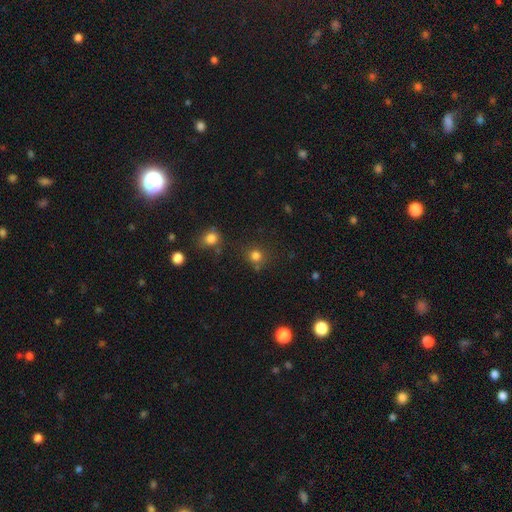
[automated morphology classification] Smooth or featured? Predicted: smooth (p=0.77). How rounded? Predicted: round (p=0.89). Merging? Predicted: none (p=0.73).